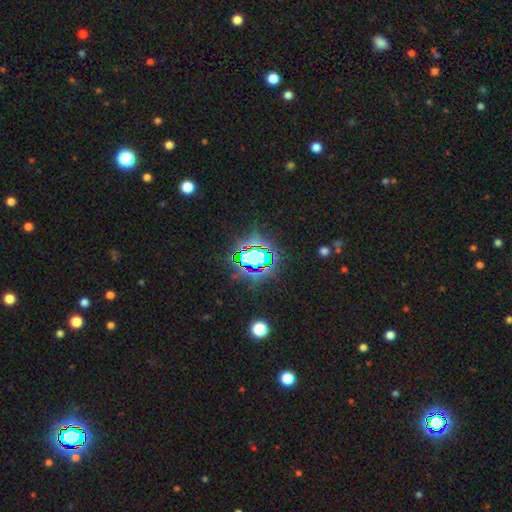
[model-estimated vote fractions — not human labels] The model was most divided on "smooth or featured": star or artifact: 71%, smooth: 17%, featured or disk: 12%.